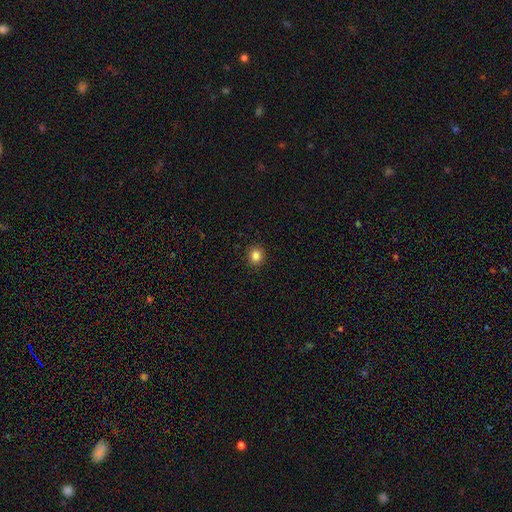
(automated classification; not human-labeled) This appears to be a smooth galaxy with no disk features (84%) that is round (90%). Merging: none (92%).